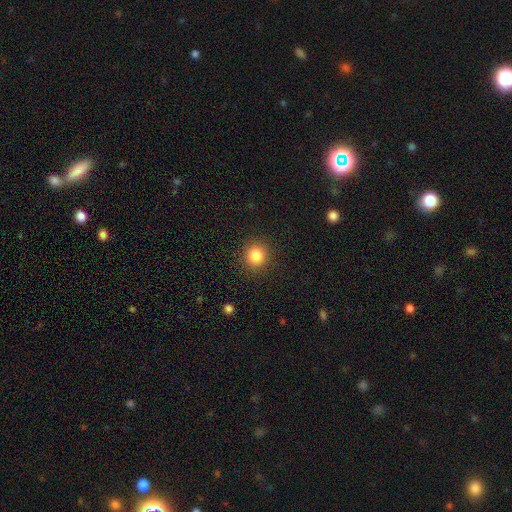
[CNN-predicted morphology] A smooth galaxy with no disk features (84%) that is round (90%).

Vote fractions:
- Smooth or featured? smooth: 84% / star or artifact: 11% / featured or disk: 5%
- How rounded? round: 90% / in between: 9% / cigar-shaped: 1%
- Merging? none: 90% / minor disturbance: 6% / major disturbance: 2% / merger: 1%